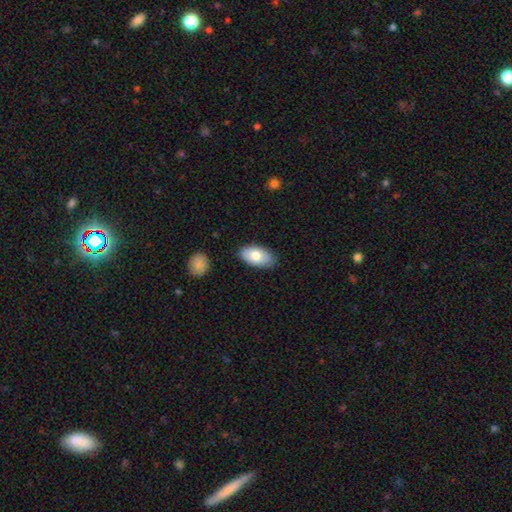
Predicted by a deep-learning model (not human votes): smooth 74%, featured or disk 20%, star or artifact 6%. Down the decision tree: how rounded — in between (94%); merging — none (82%).